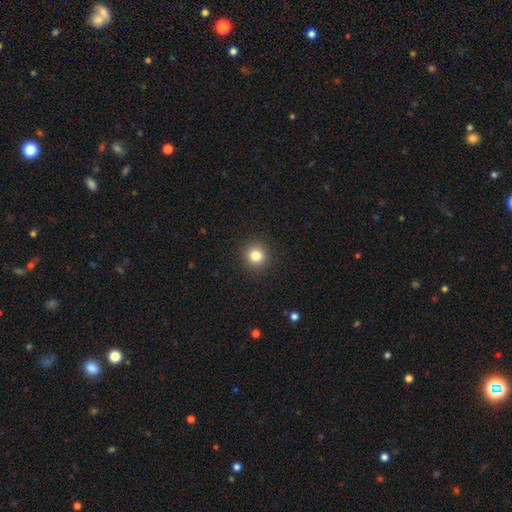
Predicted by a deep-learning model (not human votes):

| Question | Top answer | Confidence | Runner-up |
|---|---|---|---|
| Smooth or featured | smooth | 82% | star or artifact (12%) |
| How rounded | round | 94% | in between (5%) |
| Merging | none | 92% | minor disturbance (5%) |